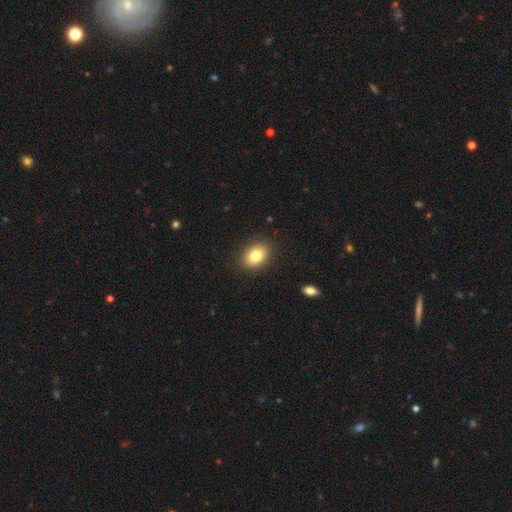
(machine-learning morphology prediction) Smooth or featured?
  - smooth: 81% *
  - featured or disk: 9%
  - star or artifact: 9%
How rounded?
  - in between: 62% *
  - round: 37%
  - cigar-shaped: 1%
Merging?
  - none: 88% *
  - minor disturbance: 9%
  - major disturbance: 3%
  - merger: 1%